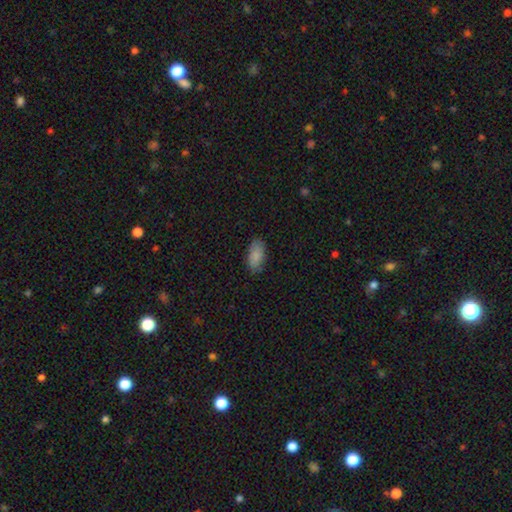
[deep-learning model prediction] Smooth or featured?
  - smooth: 87% *
  - star or artifact: 7%
  - featured or disk: 6%
How rounded?
  - in between: 93% *
  - cigar-shaped: 5%
  - round: 2%
Merging?
  - none: 83% *
  - minor disturbance: 13%
  - major disturbance: 3%
  - merger: 1%